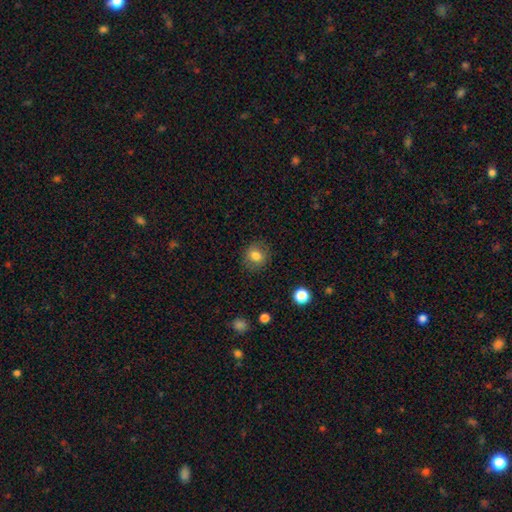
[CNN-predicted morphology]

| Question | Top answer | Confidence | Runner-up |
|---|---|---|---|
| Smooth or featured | smooth | 79% | featured or disk (11%) |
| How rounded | round | 81% | in between (18%) |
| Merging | none | 86% | minor disturbance (10%) |